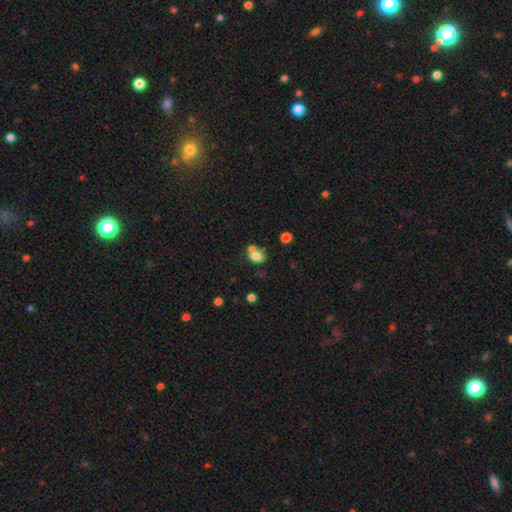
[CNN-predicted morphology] A smooth galaxy with no disk features (77%) that is in between round and cigar-shaped (56%).

Vote fractions:
- Smooth or featured? smooth: 77% / featured or disk: 12% / star or artifact: 11%
- How rounded? in between: 56% / round: 43% / cigar-shaped: 1%
- Merging? merger: 46% / none: 37% / minor disturbance: 12% / major disturbance: 6%